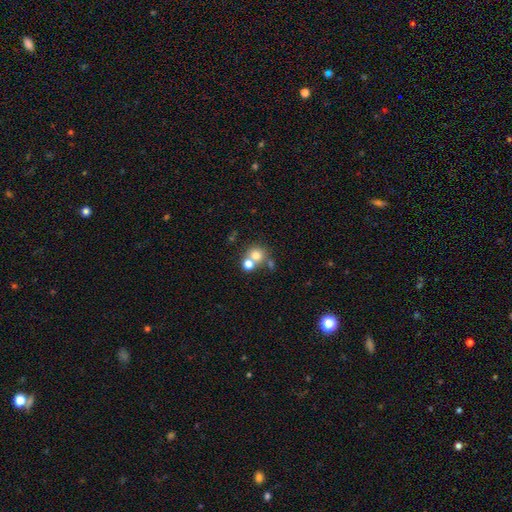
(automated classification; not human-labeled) Smooth or featured?
  - smooth: 72% *
  - star or artifact: 14%
  - featured or disk: 14%
How rounded?
  - round: 86% *
  - in between: 13%
  - cigar-shaped: 1%
Merging?
  - none: 46% *
  - merger: 44%
  - minor disturbance: 7%
  - major disturbance: 3%